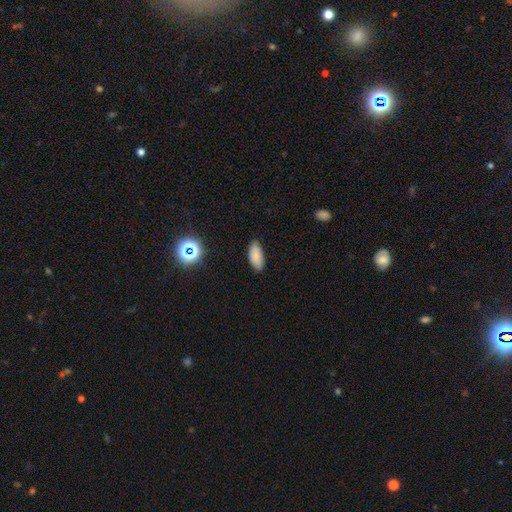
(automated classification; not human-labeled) Smooth or featured: smooth — 81% (star or artifact — 10%)
How rounded: in between — 87% (cigar-shaped — 10%)
Merging: none — 82% (minor disturbance — 14%)